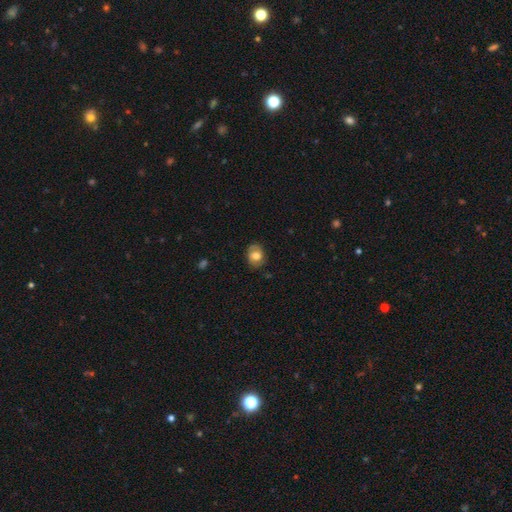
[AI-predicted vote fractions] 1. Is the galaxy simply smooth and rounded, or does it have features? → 69% smooth, 23% featured or disk, 8% star or artifact.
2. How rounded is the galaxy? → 51% in between, 48% round, 1% cigar-shaped.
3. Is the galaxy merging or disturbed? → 78% none, 16% minor disturbance, 4% major disturbance, 1% merger.